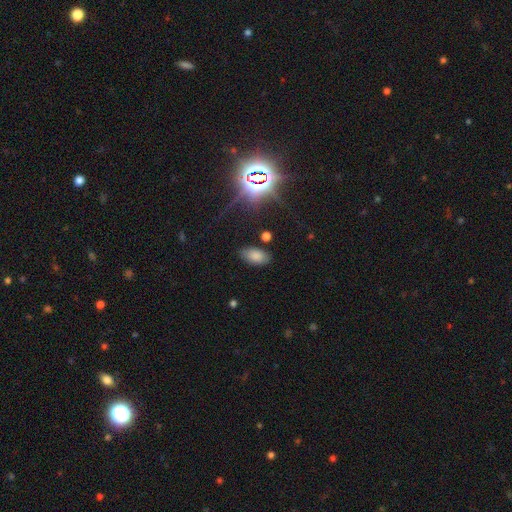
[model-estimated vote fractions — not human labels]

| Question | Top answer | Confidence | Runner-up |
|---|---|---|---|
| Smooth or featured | smooth | 76% | star or artifact (16%) |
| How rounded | in between | 94% | round (4%) |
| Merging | none | 81% | minor disturbance (13%) |